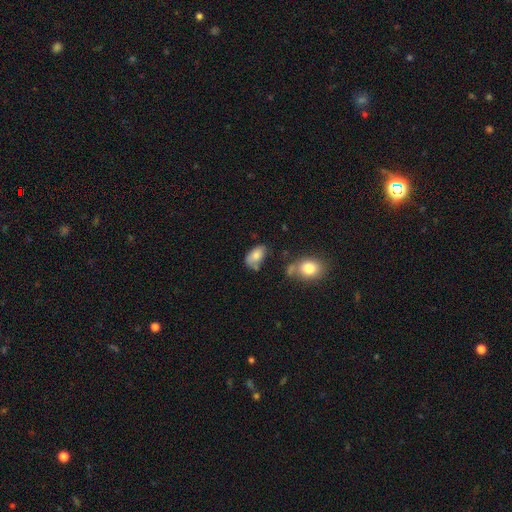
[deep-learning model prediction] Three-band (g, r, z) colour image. It shows a smooth galaxy with no disk features (78%) that is in between round and cigar-shaped (92%). Merging: none (54%).